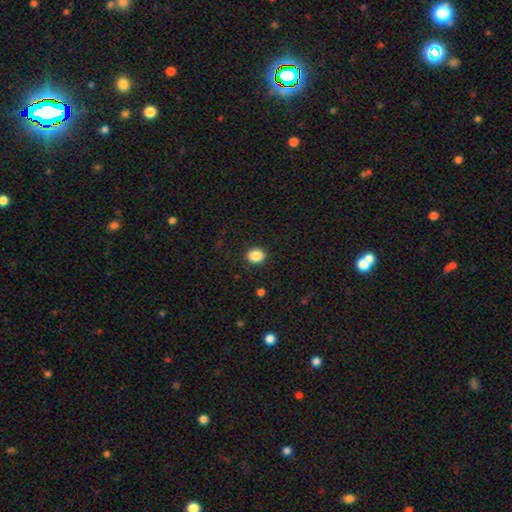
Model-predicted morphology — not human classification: smooth_or_featured: smooth (p=0.87) [alt: star or artifact p=0.09]
how_rounded: round (p=0.60) [alt: in between p=0.40]
merging: none (p=0.90) [alt: minor disturbance p=0.07]